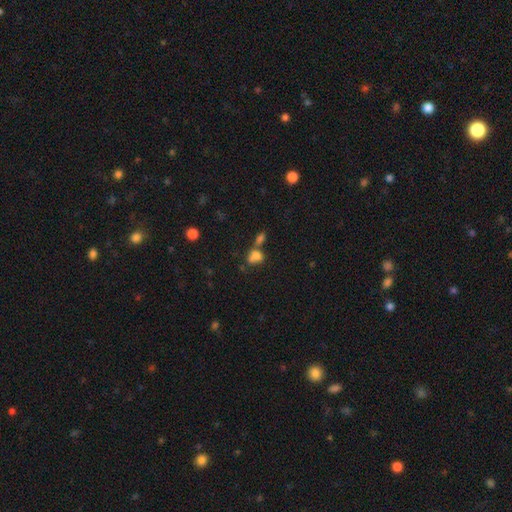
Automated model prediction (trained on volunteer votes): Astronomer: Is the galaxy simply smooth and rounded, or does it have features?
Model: smooth — 73%.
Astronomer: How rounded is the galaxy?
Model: in between — 66%.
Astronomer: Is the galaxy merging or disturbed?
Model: merger — 53%.